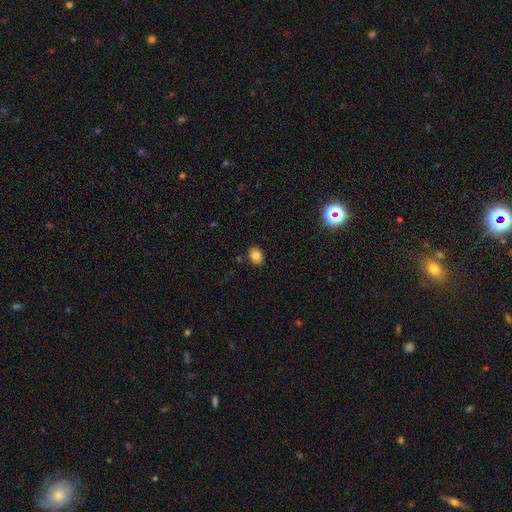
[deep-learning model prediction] Smooth or featured? Predicted: smooth (p=0.84). How rounded? Predicted: in between (p=0.60). Merging? Predicted: none (p=0.87).